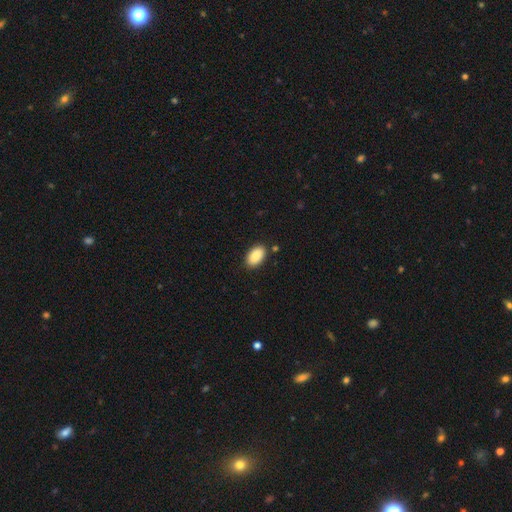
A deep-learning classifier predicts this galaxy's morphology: The model was most divided on "merging": none: 86%, minor disturbance: 9%, major disturbance: 2%, merger: 2%. More confident: how rounded — in between (94%); smooth or featured — smooth (89%).